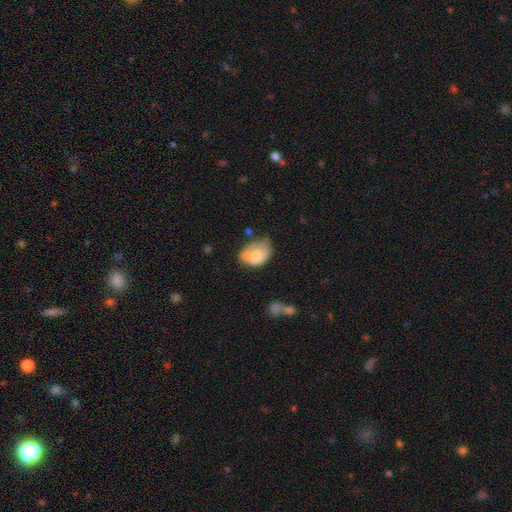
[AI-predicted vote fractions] Morphology: type=smooth (60%); roundness=in between (72%); merging=none (34%).